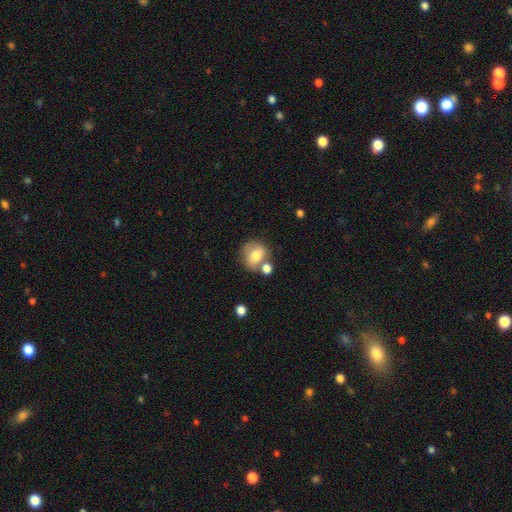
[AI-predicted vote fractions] This is likely a smooth galaxy (72%). How rounded: possibly round (56%). Merging: possibly none (51%).